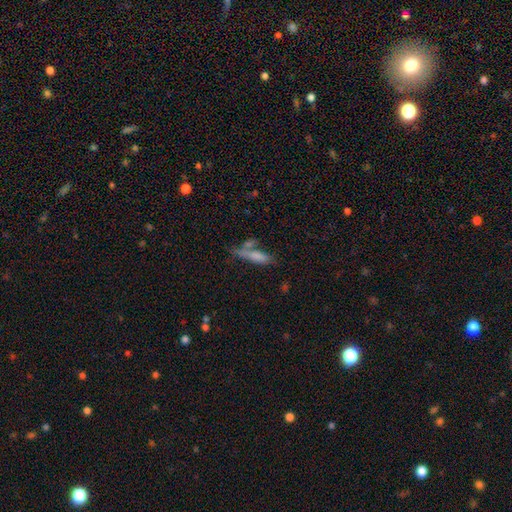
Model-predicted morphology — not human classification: smooth-or-featured: smooth: 74% | featured or disk: 18% | star or artifact: 9%
  how-rounded: cigar-shaped: 70% | in between: 28% | round: 2%
  merging: none: 48% | merger: 28% | minor disturbance: 17% | major disturbance: 8%